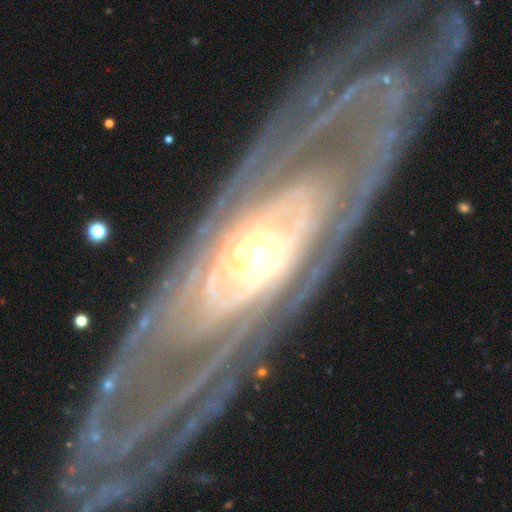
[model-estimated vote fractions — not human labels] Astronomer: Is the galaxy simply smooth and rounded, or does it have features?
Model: featured or disk — 89%.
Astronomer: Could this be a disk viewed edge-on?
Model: no — 87%.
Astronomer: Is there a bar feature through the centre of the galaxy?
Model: no — 61%.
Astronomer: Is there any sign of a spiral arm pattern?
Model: yes — 92%.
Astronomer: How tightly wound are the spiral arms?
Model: tight — 70%.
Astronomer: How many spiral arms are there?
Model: can't tell — 33% (runner-up: 2, 27%).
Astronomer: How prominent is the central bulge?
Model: moderate — 64%.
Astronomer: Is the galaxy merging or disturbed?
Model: none — 71%.